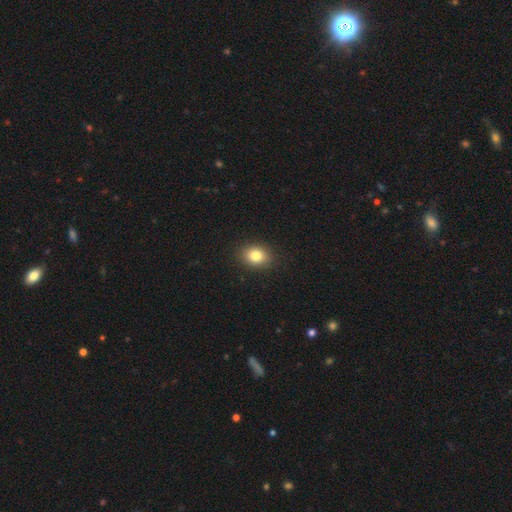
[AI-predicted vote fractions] A smooth galaxy with no disk features (82%) that is in between round and cigar-shaped (57%). Merging: none (90%).